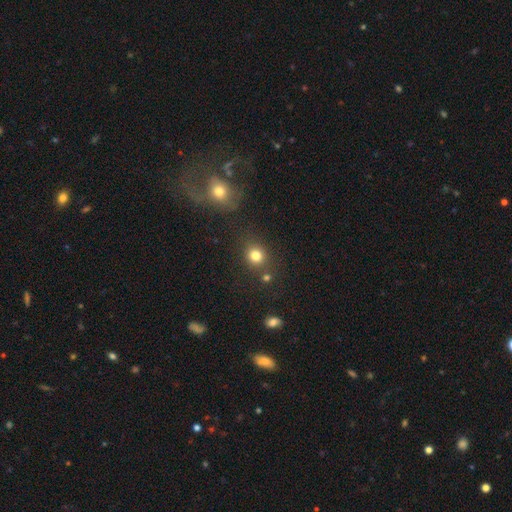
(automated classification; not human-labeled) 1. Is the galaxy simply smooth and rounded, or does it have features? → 81% smooth, 13% star or artifact, 6% featured or disk.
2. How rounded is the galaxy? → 80% round, 19% in between, 1% cigar-shaped.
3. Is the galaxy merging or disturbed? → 75% none, 11% minor disturbance, 9% merger, 5% major disturbance.